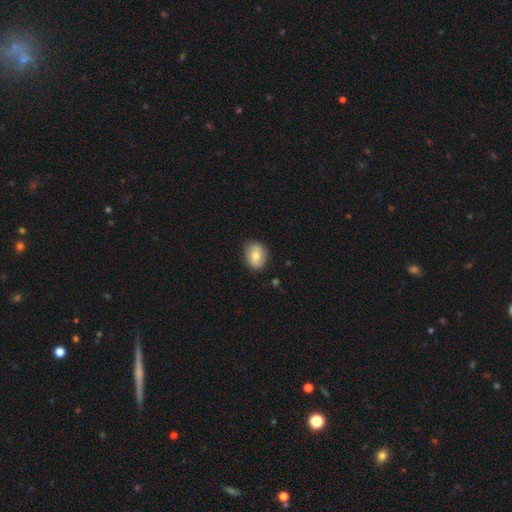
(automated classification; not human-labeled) Smooth or featured?
  - smooth: 72% *
  - featured or disk: 21%
  - star or artifact: 8%
How rounded?
  - round: 50% *
  - in between: 48%
  - cigar-shaped: 1%
Merging?
  - none: 85% *
  - minor disturbance: 12%
  - major disturbance: 3%
  - merger: 1%